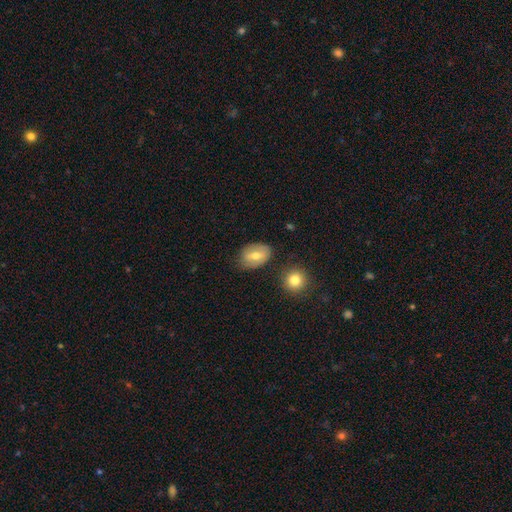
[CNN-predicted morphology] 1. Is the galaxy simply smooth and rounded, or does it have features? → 63% smooth, 29% featured or disk, 8% star or artifact.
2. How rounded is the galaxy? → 78% in between, 20% round, 2% cigar-shaped.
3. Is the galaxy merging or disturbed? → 77% none, 16% minor disturbance, 4% major disturbance, 3% merger.